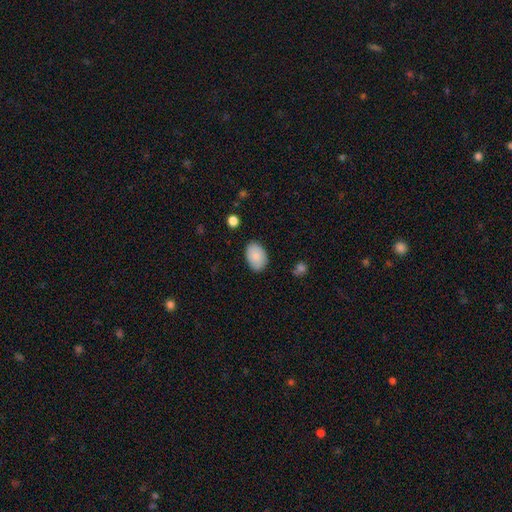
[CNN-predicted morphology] Smooth or featured: smooth — 85% (featured or disk — 9%)
How rounded: in between — 87% (round — 12%)
Merging: none — 84% (minor disturbance — 12%)